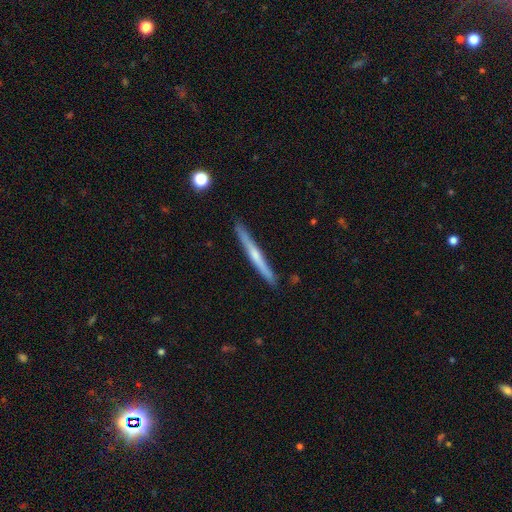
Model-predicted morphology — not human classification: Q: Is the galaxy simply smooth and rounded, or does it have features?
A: featured or disk — 59%.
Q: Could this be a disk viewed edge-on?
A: yes — 98%.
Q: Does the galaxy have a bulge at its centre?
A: rounded — 56%.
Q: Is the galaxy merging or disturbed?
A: none — 90%.